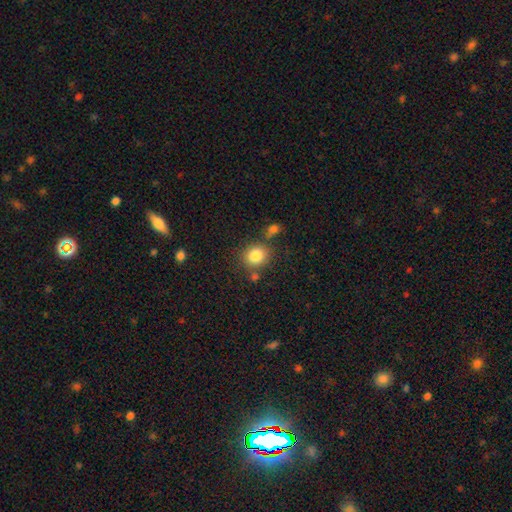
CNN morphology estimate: This appears to be a smooth galaxy with no disk features (83%) that is round (76%). Merging: none (73%).